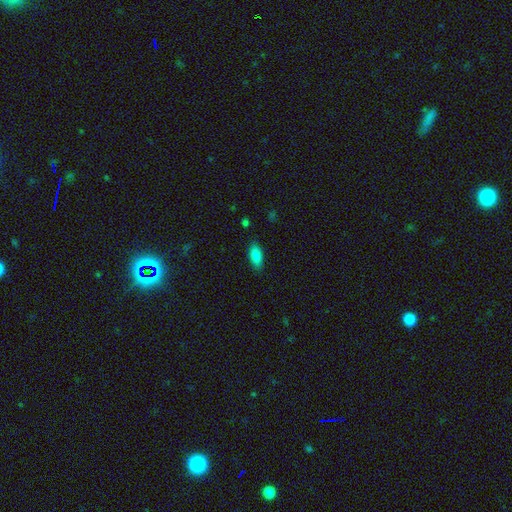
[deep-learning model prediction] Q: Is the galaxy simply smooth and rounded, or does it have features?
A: smooth — 86%.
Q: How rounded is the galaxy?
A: in between — 83%.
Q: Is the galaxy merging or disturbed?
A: none — 86%.